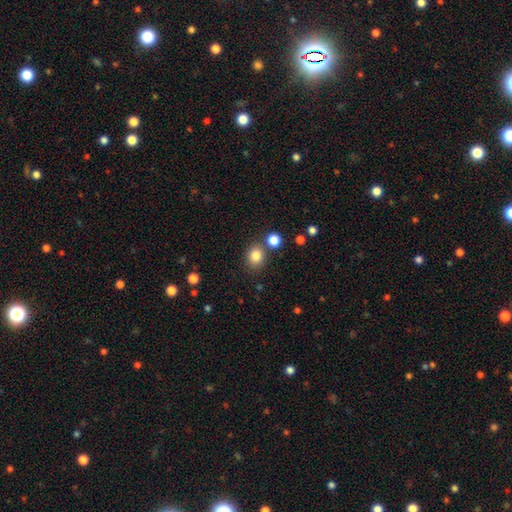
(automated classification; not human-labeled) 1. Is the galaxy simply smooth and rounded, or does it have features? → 83% smooth, 11% star or artifact, 6% featured or disk.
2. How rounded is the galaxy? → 66% round, 33% in between, 1% cigar-shaped.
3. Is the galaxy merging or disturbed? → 75% none, 12% merger, 10% minor disturbance, 3% major disturbance.